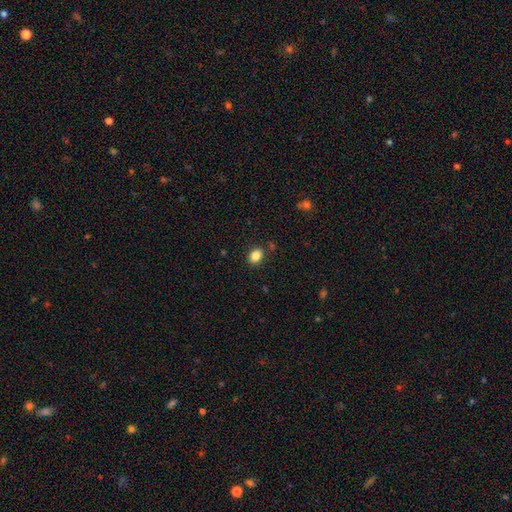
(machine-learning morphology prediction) smooth 85%, star or artifact 10%, featured or disk 5%. Down the decision tree: how rounded — in between (62%); merging — none (84%).